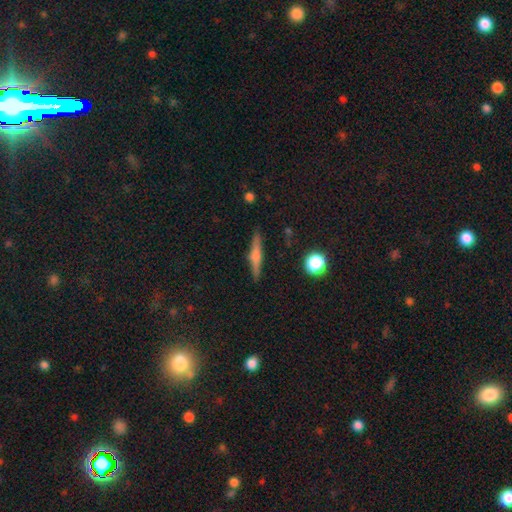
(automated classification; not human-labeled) A featured or disk galaxy (59%) viewed edge-on (97%) with a rounded central bulge (75%). Merging: none (91%).